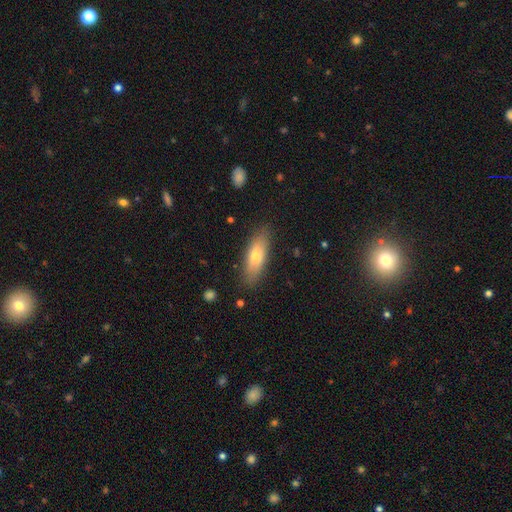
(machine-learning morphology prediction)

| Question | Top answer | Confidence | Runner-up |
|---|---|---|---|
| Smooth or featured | smooth | 65% | featured or disk (28%) |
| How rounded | in between | 59% | cigar-shaped (38%) |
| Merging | none | 84% | minor disturbance (11%) |